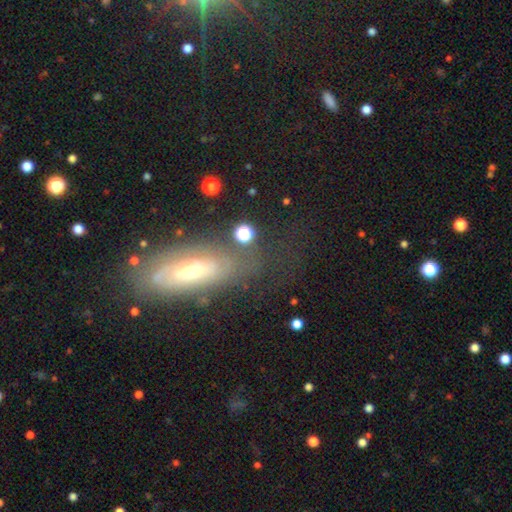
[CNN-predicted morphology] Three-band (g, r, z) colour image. It shows a featured or disk galaxy (44%). Merging: none (69%).